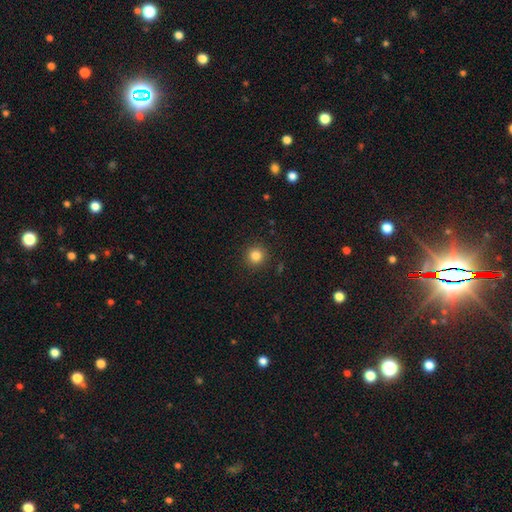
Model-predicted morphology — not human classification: smooth-or-featured: smooth: 83% | star or artifact: 12% | featured or disk: 5%
  how-rounded: round: 94% | in between: 5% | cigar-shaped: 1%
  merging: none: 91% | minor disturbance: 6% | major disturbance: 2% | merger: 1%